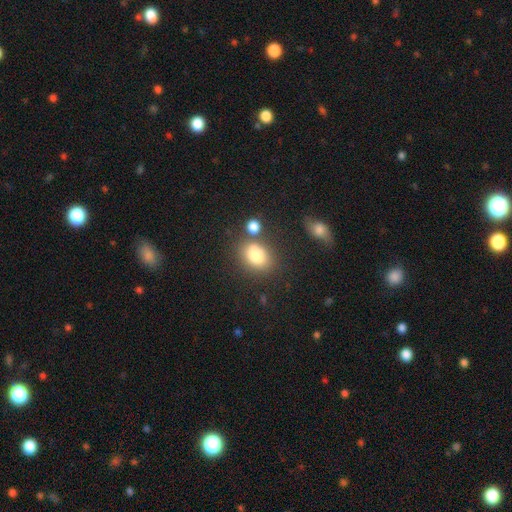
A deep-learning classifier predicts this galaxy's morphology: This is likely a smooth galaxy (78%). How rounded: likely in between (66%). Merging: possibly none (57%).